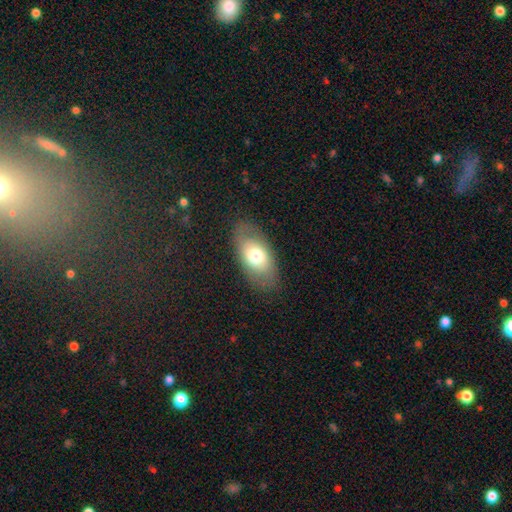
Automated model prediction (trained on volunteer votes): Morphology: type=smooth (67%); roundness=in between (91%); merging=none (80%).